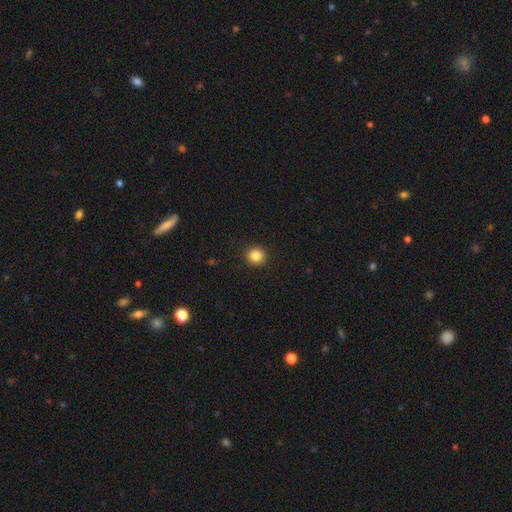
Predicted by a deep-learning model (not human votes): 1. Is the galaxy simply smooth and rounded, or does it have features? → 85% smooth, 11% star or artifact, 4% featured or disk.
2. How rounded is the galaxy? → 91% round, 8% in between, 1% cigar-shaped.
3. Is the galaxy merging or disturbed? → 93% none, 5% minor disturbance, 2% major disturbance, 1% merger.